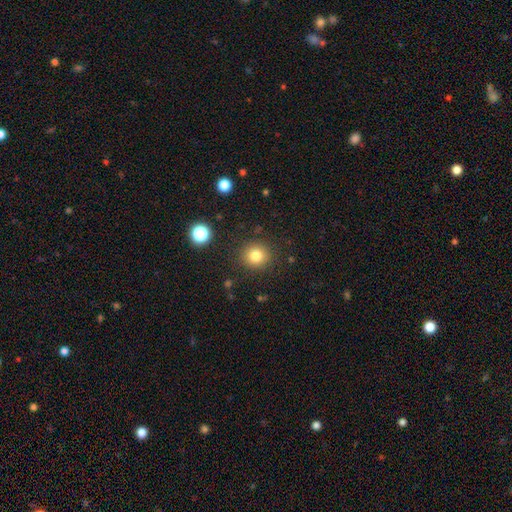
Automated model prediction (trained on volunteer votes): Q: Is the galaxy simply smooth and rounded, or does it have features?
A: smooth — 80%.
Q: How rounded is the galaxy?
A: round — 91%.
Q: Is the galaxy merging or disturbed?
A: none — 89%.